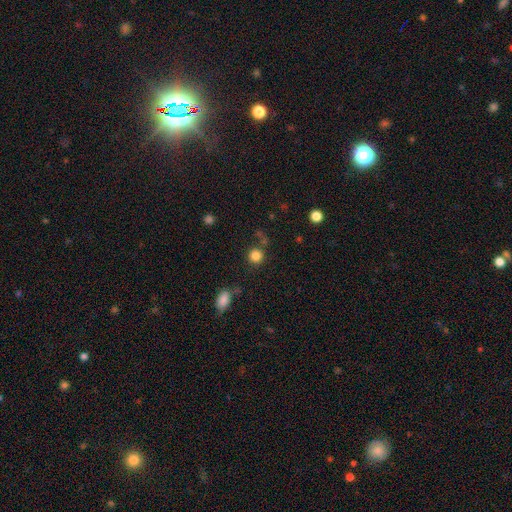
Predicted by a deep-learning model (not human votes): Q: Smooth or featured?
A: smooth (83%); runner-up: star or artifact (12%)
Q: How rounded?
A: round (91%); runner-up: in between (8%)
Q: Merging?
A: none (76%); runner-up: minor disturbance (10%)